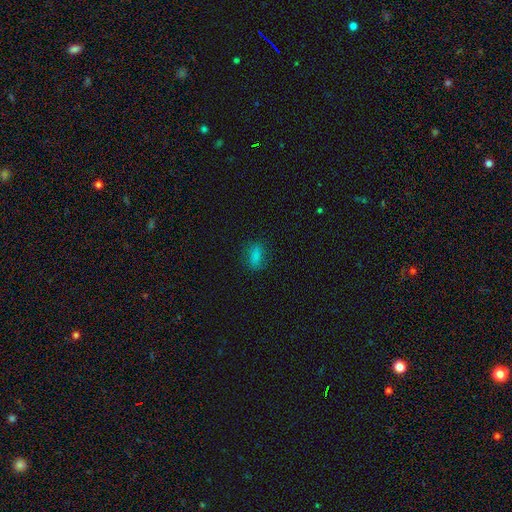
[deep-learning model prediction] Smooth or featured? Predicted: smooth (p=0.80). How rounded? Predicted: in between (p=0.80). Merging? Predicted: none (p=0.79).